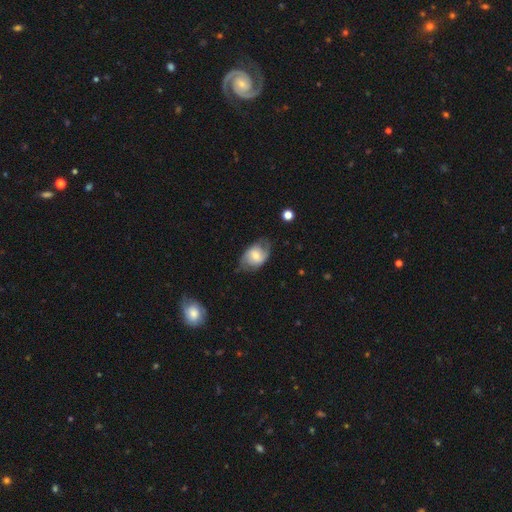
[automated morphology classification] This appears to be a smooth galaxy with no disk features (51%) that is in between round and cigar-shaped (77%). Merging: none (58%).